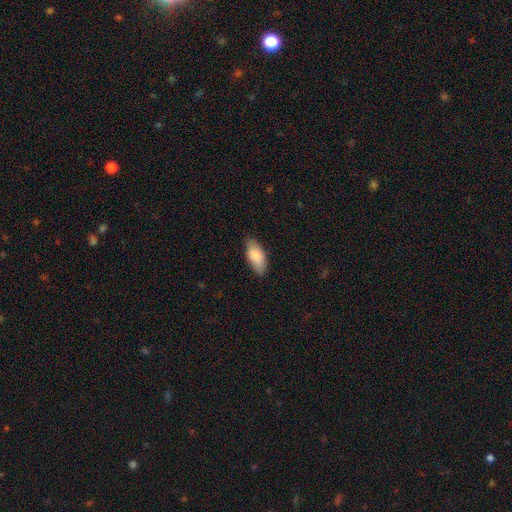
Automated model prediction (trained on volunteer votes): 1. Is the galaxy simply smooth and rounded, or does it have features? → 86% smooth, 9% featured or disk, 6% star or artifact.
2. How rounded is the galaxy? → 89% in between, 9% cigar-shaped, 2% round.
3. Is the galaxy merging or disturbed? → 81% none, 15% minor disturbance, 3% major disturbance, 1% merger.